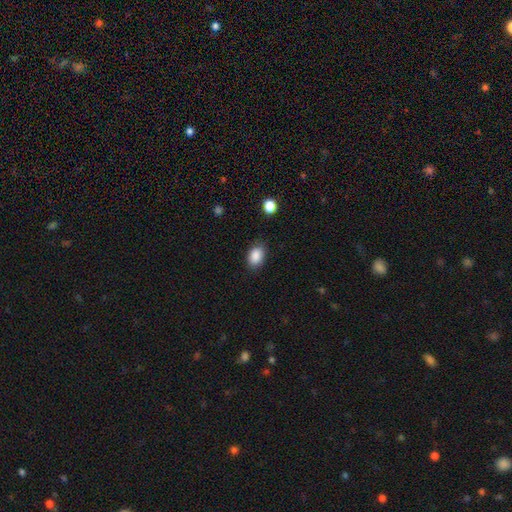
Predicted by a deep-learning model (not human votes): smooth 88%, star or artifact 8%, featured or disk 4%. Down the decision tree: how rounded — in between (83%); merging — none (83%).